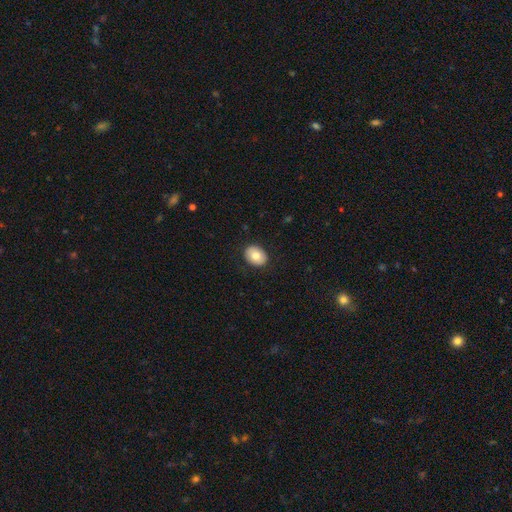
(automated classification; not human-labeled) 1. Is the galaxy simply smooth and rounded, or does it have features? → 79% smooth, 14% featured or disk, 7% star or artifact.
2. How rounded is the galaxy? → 62% in between, 37% round, 1% cigar-shaped.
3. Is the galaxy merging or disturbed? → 89% none, 8% minor disturbance, 2% major disturbance, 1% merger.